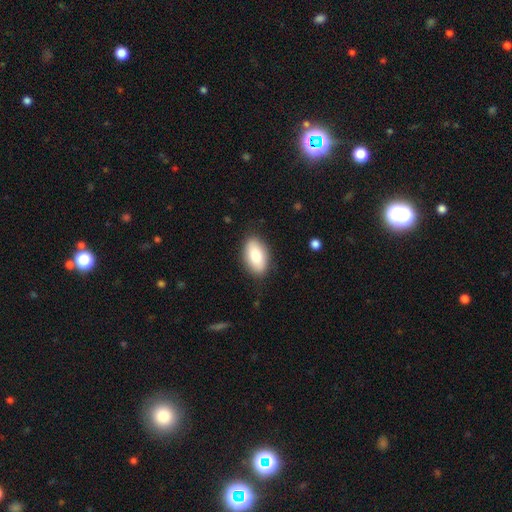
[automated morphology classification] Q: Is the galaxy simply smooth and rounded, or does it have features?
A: smooth — 80%.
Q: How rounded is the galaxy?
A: in between — 93%.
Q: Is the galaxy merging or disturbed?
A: none — 85%.